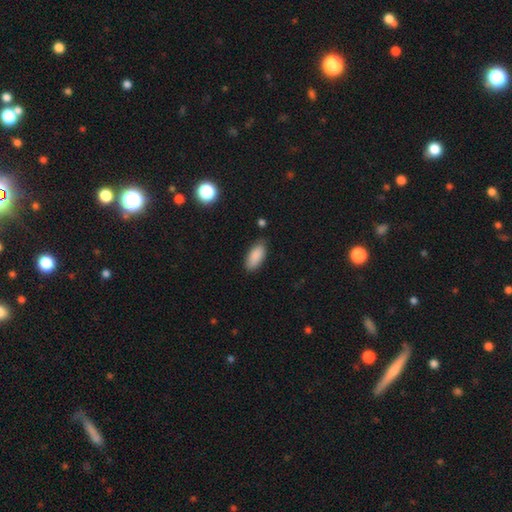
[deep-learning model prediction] A smooth galaxy with no disk features (89%) that is in between round and cigar-shaped (88%). Merging: none (80%).